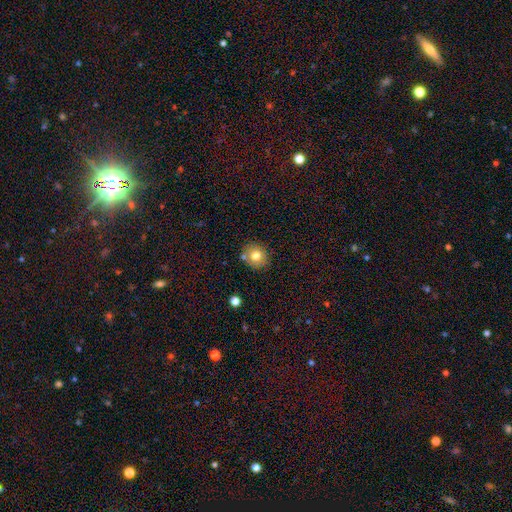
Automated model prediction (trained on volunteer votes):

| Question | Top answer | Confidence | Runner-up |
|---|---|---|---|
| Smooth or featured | smooth | 77% | featured or disk (12%) |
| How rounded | round | 81% | in between (18%) |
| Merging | none | 78% | minor disturbance (11%) |